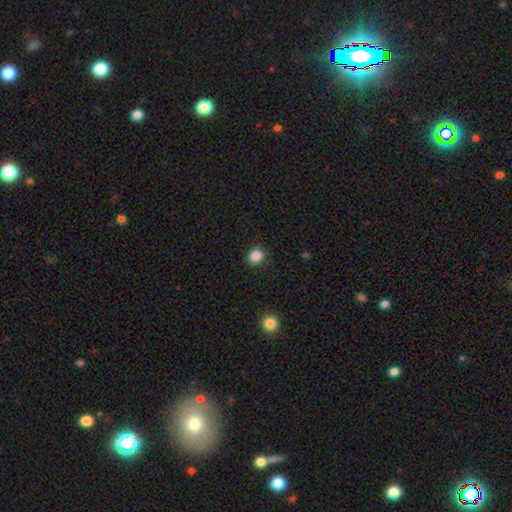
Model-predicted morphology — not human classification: Q: Smooth or featured?
A: smooth (85%); runner-up: star or artifact (11%)
Q: How rounded?
A: round (85%); runner-up: in between (14%)
Q: Merging?
A: none (89%); runner-up: minor disturbance (8%)